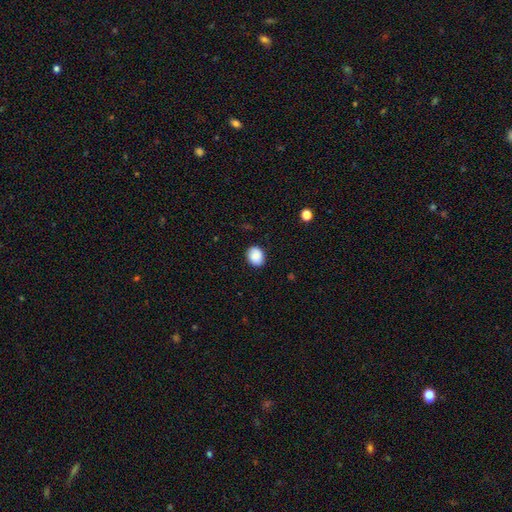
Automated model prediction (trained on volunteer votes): smooth 87%, star or artifact 8%, featured or disk 5%. Down the decision tree: how rounded — round (57%); merging — none (87%).